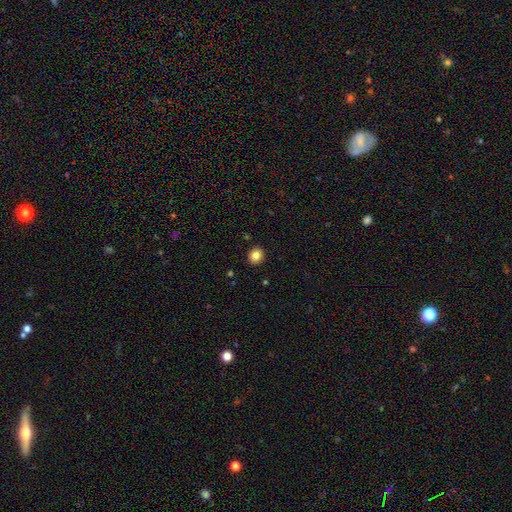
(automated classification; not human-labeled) Smooth or featured: smooth — 84% (star or artifact — 10%)
How rounded: round — 79% (in between — 20%)
Merging: none — 91% (minor disturbance — 6%)